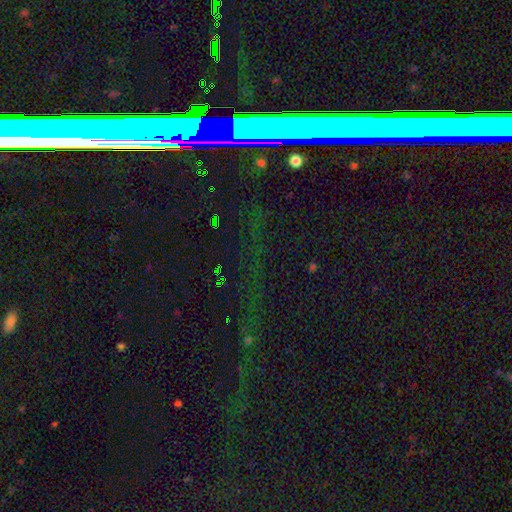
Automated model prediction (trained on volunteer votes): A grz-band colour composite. It shows a star or artifact, not a galaxy (61%).